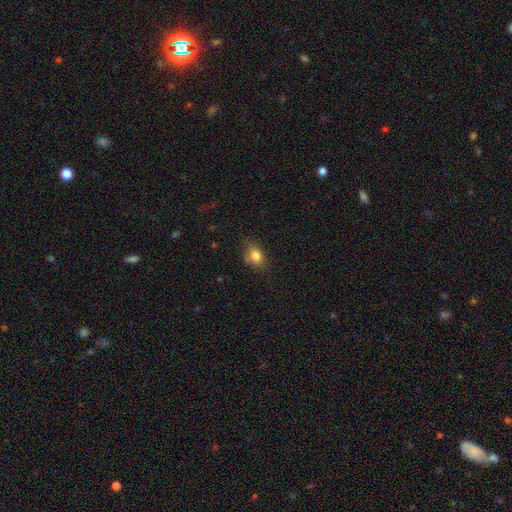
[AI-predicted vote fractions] The model was most divided on "merging": none: 60%, minor disturbance: 29%, major disturbance: 8%, merger: 3%. More confident: smooth or featured — smooth (81%); how rounded — in between (69%).